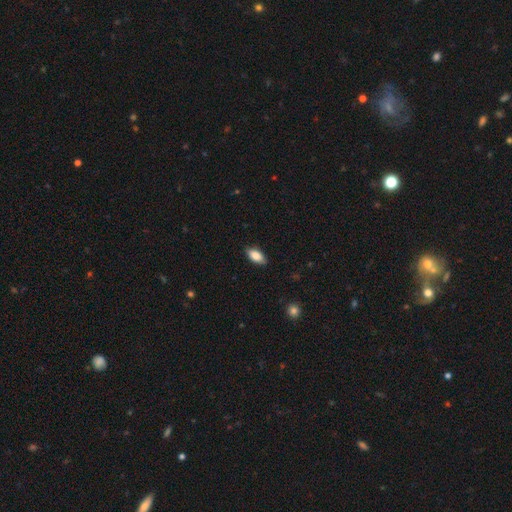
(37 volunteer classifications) Smooth or featured? 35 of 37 (95%) said smooth. How rounded? 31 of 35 (89%) said in between. Merging? 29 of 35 (83%) said none.